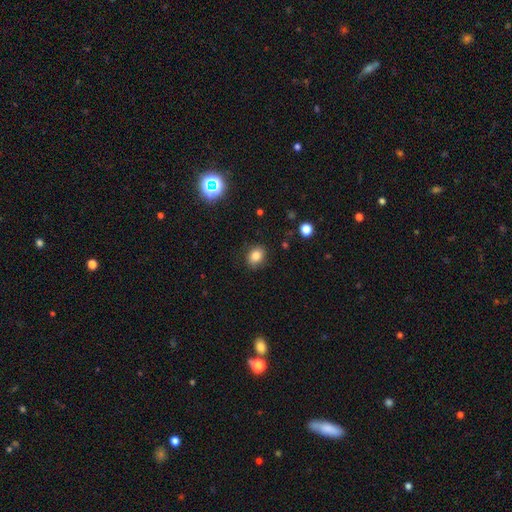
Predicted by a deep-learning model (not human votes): This is clearly a smooth galaxy (82%). How rounded: possibly in between (55%). Merging: clearly none (83%).